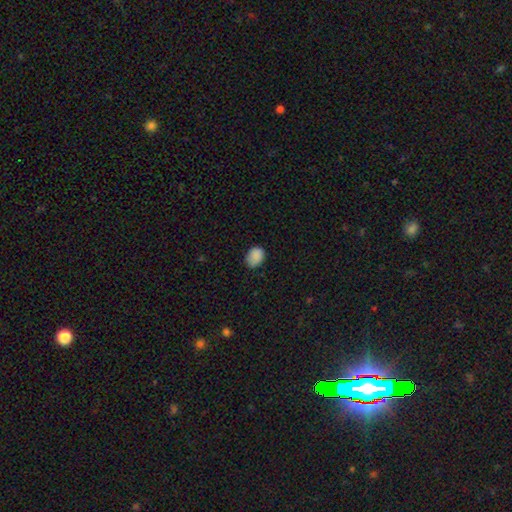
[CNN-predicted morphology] A smooth galaxy with no disk features (87%) that is in between round and cigar-shaped (61%). Merging: none (71%).